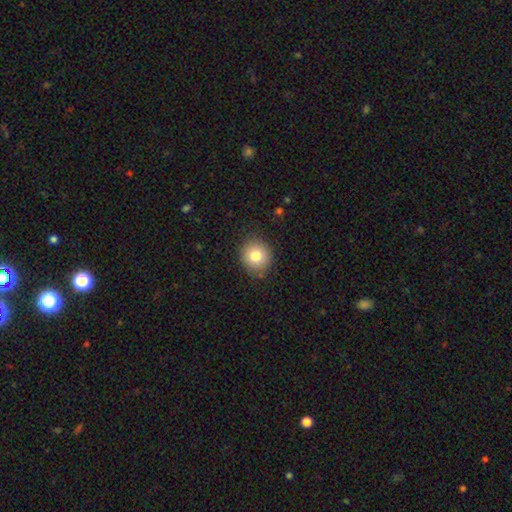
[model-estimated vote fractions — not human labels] A smooth galaxy with no disk features (80%) that is round (83%). Merging: none (85%).